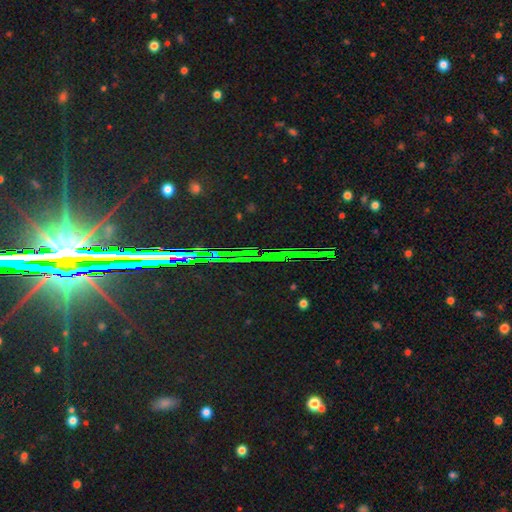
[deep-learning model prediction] Q: Smooth or featured?
A: star or artifact (82%); runner-up: featured or disk (12%)